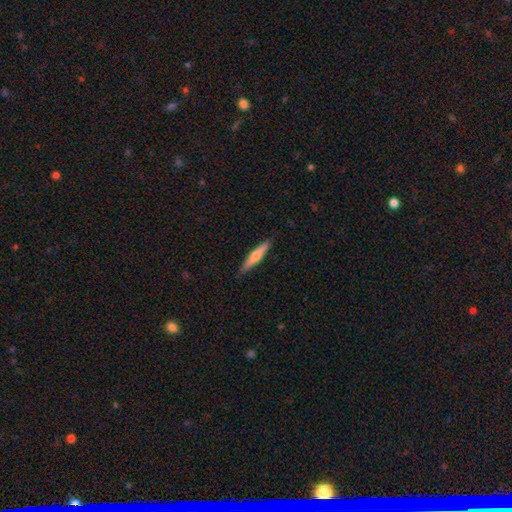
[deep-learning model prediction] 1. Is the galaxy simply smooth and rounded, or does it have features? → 54% smooth, 41% featured or disk, 5% star or artifact.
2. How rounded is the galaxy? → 90% cigar-shaped, 8% in between, 1% round.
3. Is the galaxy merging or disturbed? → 89% none, 9% minor disturbance, 2% major disturbance, 1% merger.